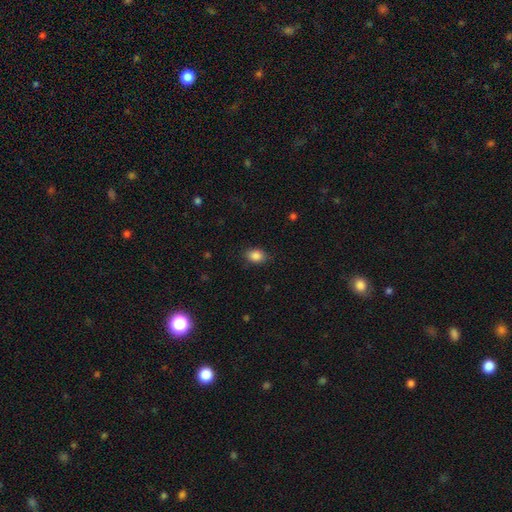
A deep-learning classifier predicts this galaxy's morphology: This is clearly a smooth galaxy (87%). How rounded: likely in between (74%). Merging: clearly none (85%).